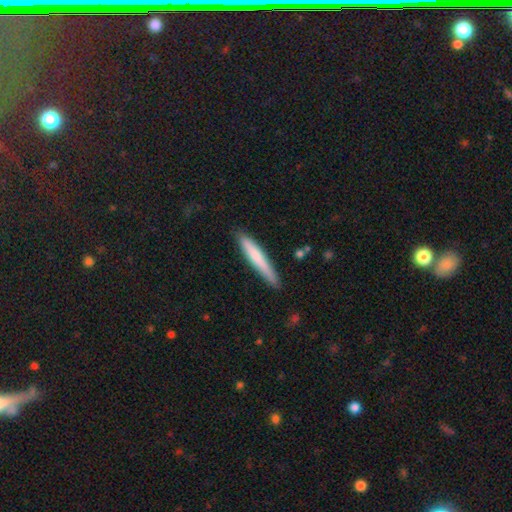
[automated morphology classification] Q: Smooth or featured?
A: smooth (69%); runner-up: featured or disk (26%)
Q: How rounded?
A: cigar-shaped (94%); runner-up: in between (4%)
Q: Merging?
A: none (84%); runner-up: minor disturbance (13%)